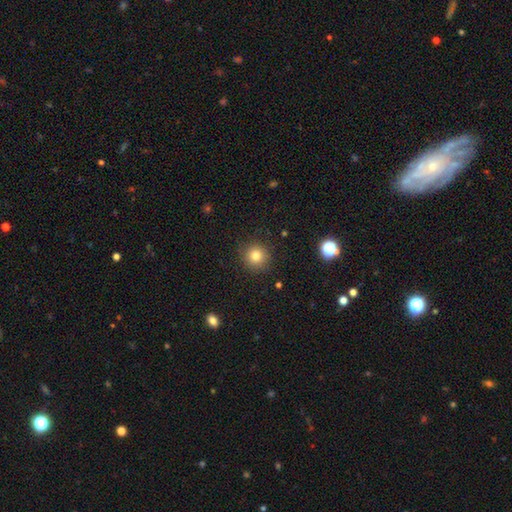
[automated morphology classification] smooth 81%, star or artifact 12%, featured or disk 7%. Down the decision tree: how rounded — round (94%); merging — none (90%).